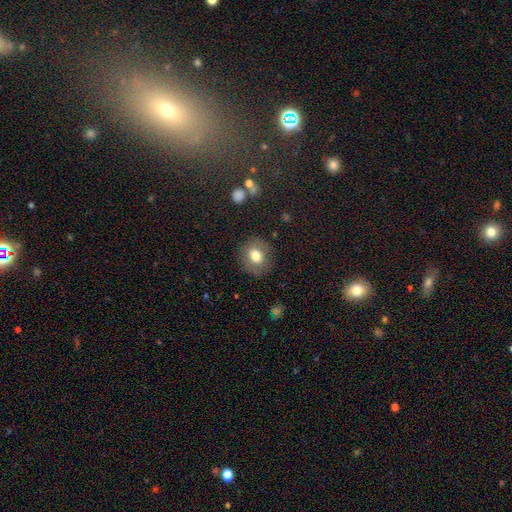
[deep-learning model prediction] The model was most divided on "how rounded": round: 72%, in between: 27%, cigar-shaped: 1%. More confident: merging — none (83%); smooth or featured — smooth (74%).